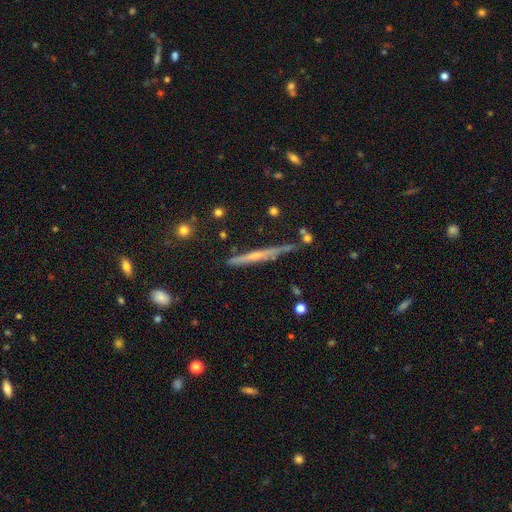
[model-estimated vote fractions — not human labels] Smooth or featured?
  - featured or disk: 63% *
  - smooth: 28%
  - star or artifact: 8%
Edge-on disk?
  - yes: 95% *
  - no: 5%
Edge-on bulge?
  - rounded: 47% *
  - none: 46%
  - boxy: 7%
Merging?
  - none: 72% *
  - minor disturbance: 18%
  - merger: 5%
  - major disturbance: 4%